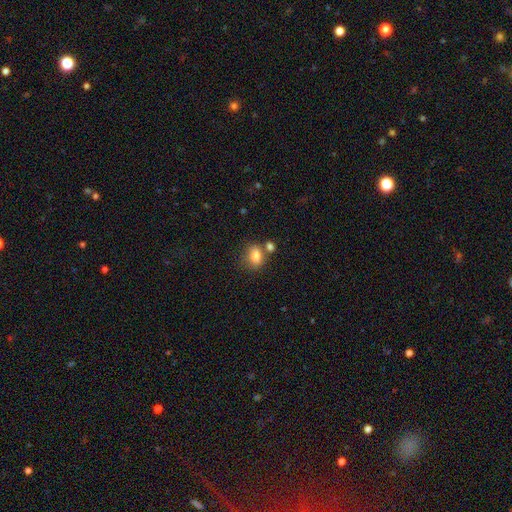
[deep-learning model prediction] This appears to be a smooth galaxy with no disk features (82%) that is in between round and cigar-shaped (67%). Merging: none (58%).